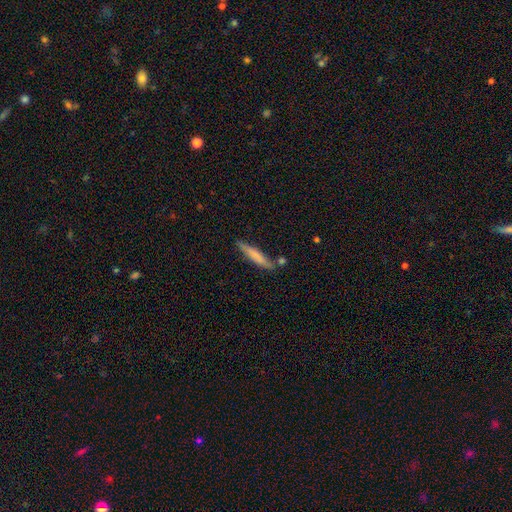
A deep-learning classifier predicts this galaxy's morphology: smooth_or_featured: smooth (p=0.66) [alt: featured or disk p=0.28]
how_rounded: cigar-shaped (p=0.91) [alt: in between p=0.07]
merging: none (p=0.75) [alt: minor disturbance p=0.14]